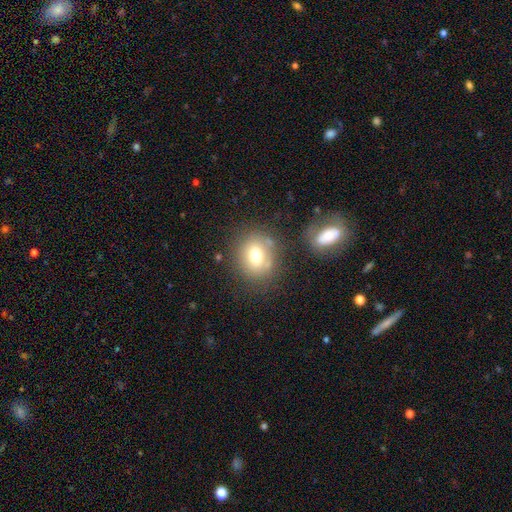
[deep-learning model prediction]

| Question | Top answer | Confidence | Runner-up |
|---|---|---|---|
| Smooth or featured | smooth | 72% | featured or disk (17%) |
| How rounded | round | 66% | in between (33%) |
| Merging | none | 69% | minor disturbance (15%) |